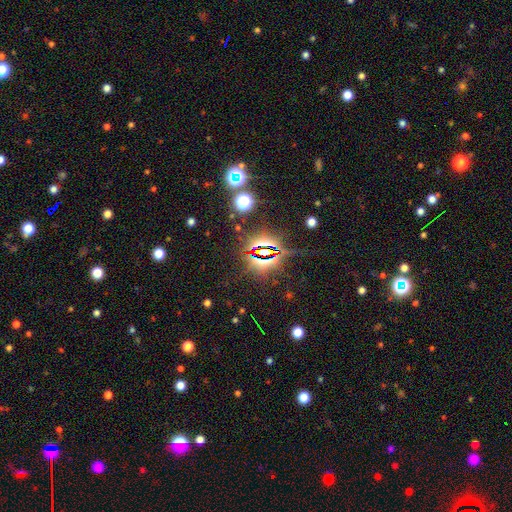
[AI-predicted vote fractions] Smooth or featured?
  - star or artifact: 84% *
  - smooth: 9%
  - featured or disk: 8%